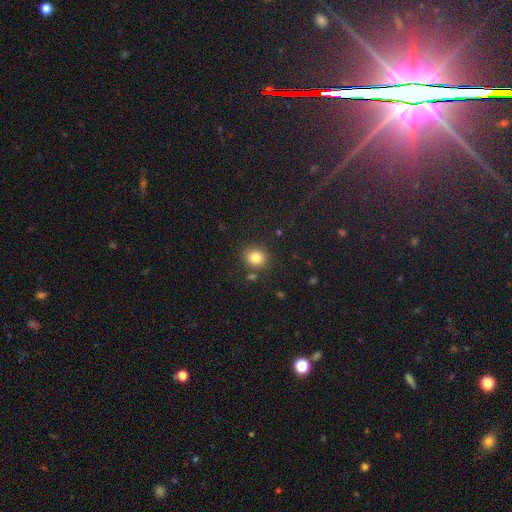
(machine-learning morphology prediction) type=smooth (82%); roundness=round (73%); merging=none (83%).